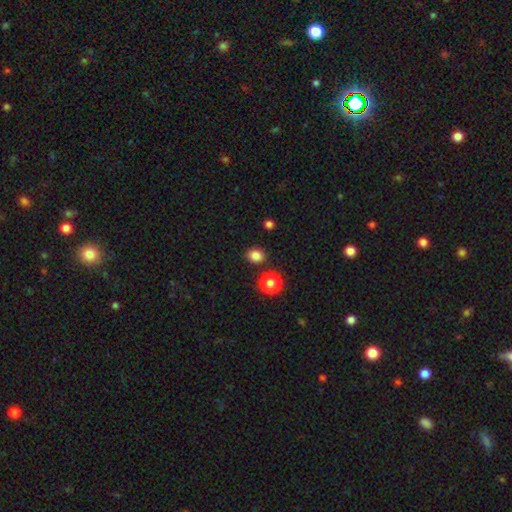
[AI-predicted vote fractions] A smooth galaxy with no disk features (83%) that is round (66%).

Vote fractions:
- Smooth or featured? smooth: 83% / star or artifact: 13% / featured or disk: 4%
- How rounded? round: 66% / in between: 33% / cigar-shaped: 1%
- Merging? none: 86% / minor disturbance: 7% / merger: 4% / major disturbance: 2%